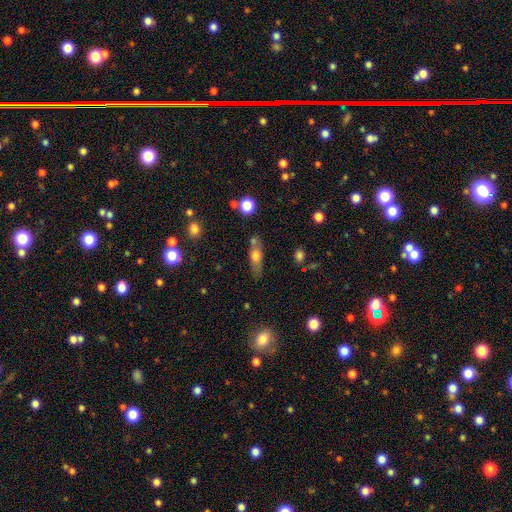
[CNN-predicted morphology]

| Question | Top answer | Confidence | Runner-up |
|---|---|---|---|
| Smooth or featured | smooth | 62% | featured or disk (29%) |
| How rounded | in between | 58% | cigar-shaped (35%) |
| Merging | none | 58% | minor disturbance (19%) |